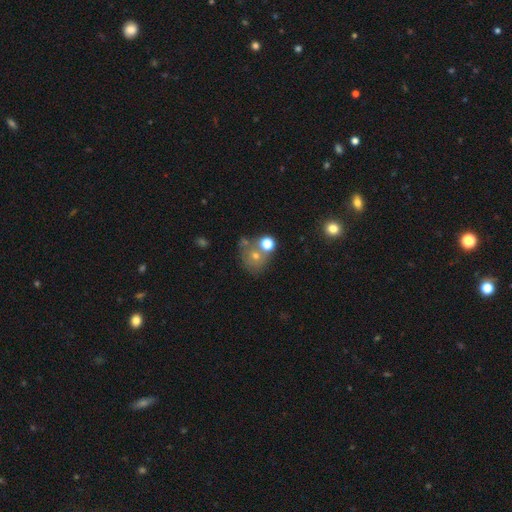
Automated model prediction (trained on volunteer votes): The model was most divided on "merging": none: 53%, merger: 26%, minor disturbance: 13%, major disturbance: 7%. More confident: how rounded — round (75%); smooth or featured — smooth (59%).